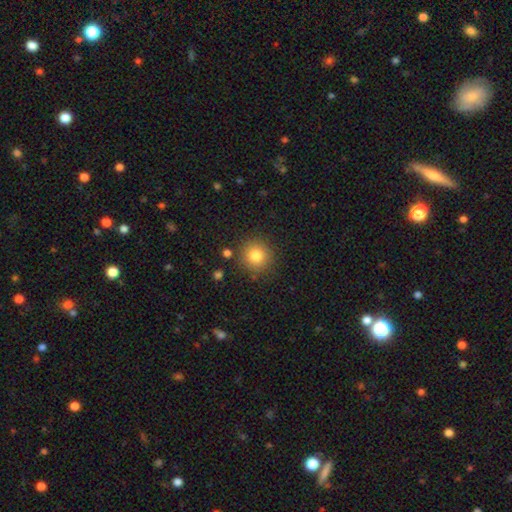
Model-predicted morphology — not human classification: Overall: smooth (81%). How rounded: round (92%). Merging: none (86%).